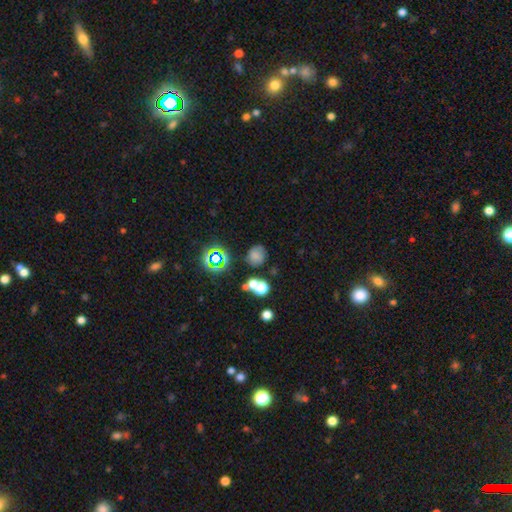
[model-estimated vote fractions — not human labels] Smooth or featured? smooth (65%)
How rounded? round (73%)
Merging? none (66%)